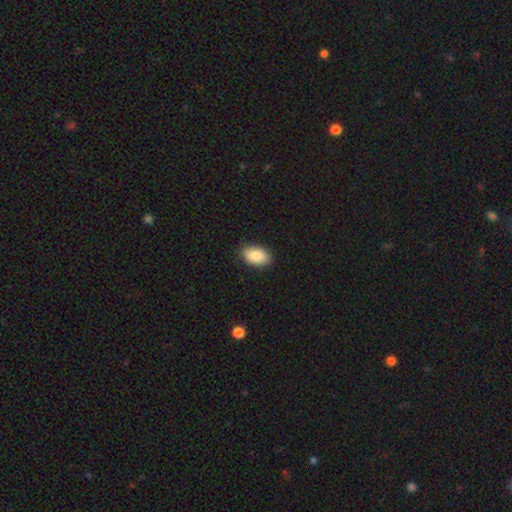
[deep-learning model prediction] Q: Smooth or featured?
A: smooth (87%); runner-up: star or artifact (7%)
Q: How rounded?
A: in between (92%); runner-up: round (6%)
Q: Merging?
A: none (87%); runner-up: minor disturbance (10%)